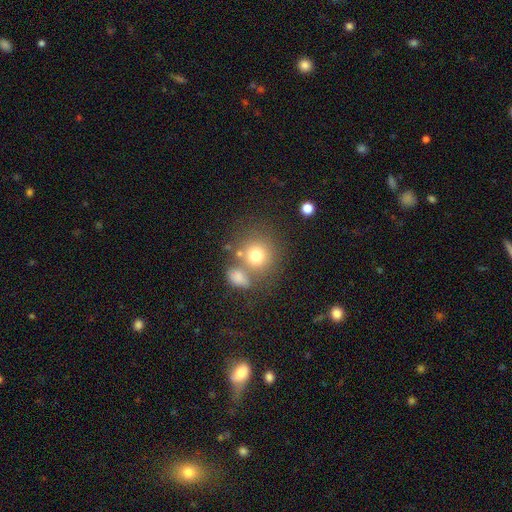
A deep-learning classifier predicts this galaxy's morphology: Smooth or featured?
  - smooth: 74% *
  - featured or disk: 14%
  - star or artifact: 13%
How rounded?
  - round: 87% *
  - in between: 12%
  - cigar-shaped: 1%
Merging?
  - none: 58% *
  - merger: 24%
  - minor disturbance: 12%
  - major disturbance: 7%